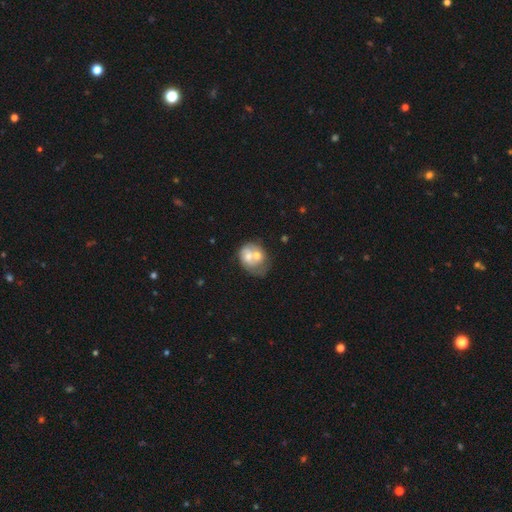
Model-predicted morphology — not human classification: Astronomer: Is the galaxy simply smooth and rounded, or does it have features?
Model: smooth — 50% (runner-up: featured or disk, 43%).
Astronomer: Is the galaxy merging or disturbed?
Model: merger — 64%.